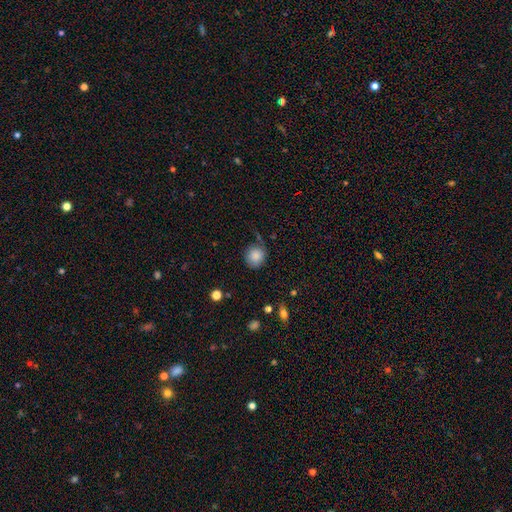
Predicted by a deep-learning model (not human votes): Smooth or featured? smooth (85%)
How rounded? round (84%)
Merging? none (69%)